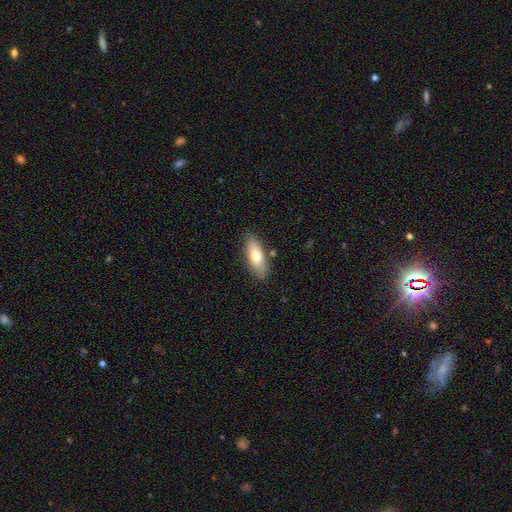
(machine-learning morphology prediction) Smooth or featured: smooth — 73% (featured or disk — 21%)
How rounded: in between — 70% (cigar-shaped — 28%)
Merging: none — 83% (minor disturbance — 12%)